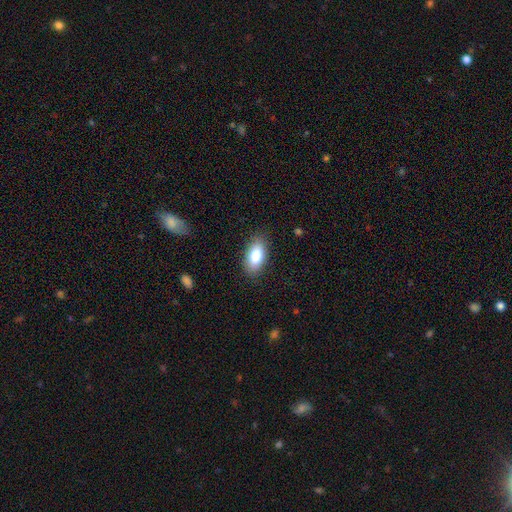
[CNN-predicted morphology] smooth 84%, featured or disk 9%, star or artifact 7%. Down the decision tree: how rounded — in between (92%); merging — none (85%).